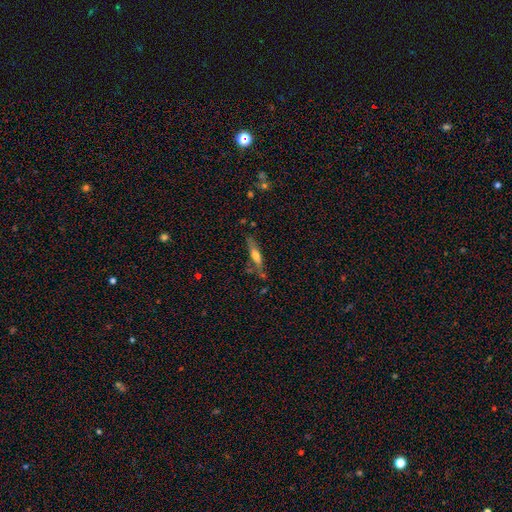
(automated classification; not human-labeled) Smooth or featured? featured or disk (50%)
Edge-on disk? yes (89%)
Merging? none (71%)